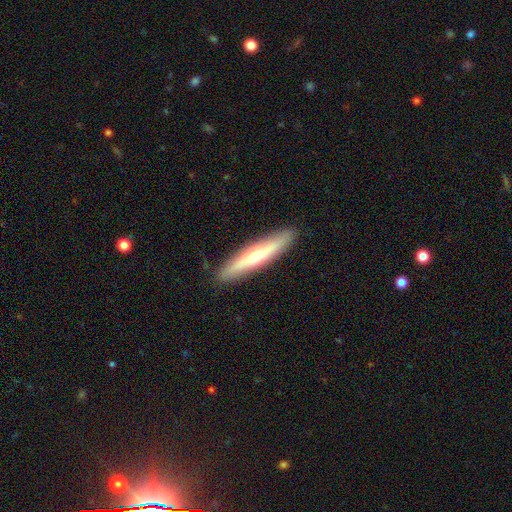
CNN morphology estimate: This is possibly a featured or disk galaxy (47%). Merging: clearly none (90%).